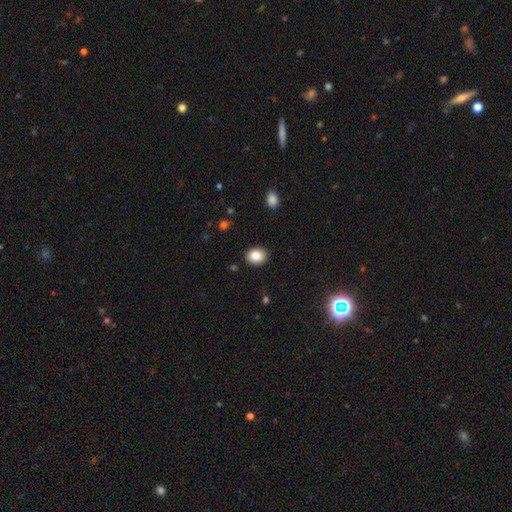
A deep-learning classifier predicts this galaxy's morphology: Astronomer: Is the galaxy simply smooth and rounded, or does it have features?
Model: smooth — 86%.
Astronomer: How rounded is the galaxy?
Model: round — 55% (runner-up: in between, 44%).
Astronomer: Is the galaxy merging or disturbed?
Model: none — 88%.